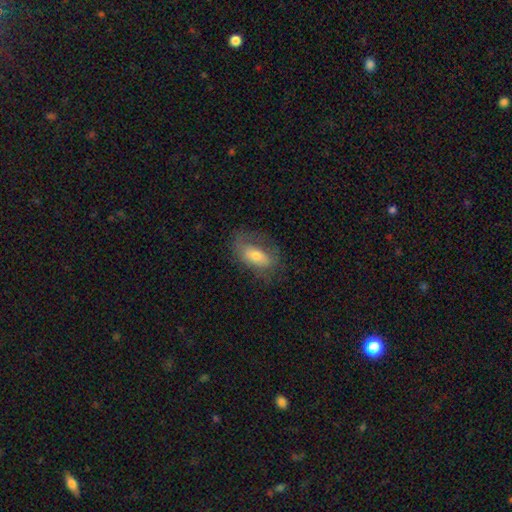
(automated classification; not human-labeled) A smooth galaxy with no disk features (56%) that is in between round and cigar-shaped (84%). Merging: none (58%).